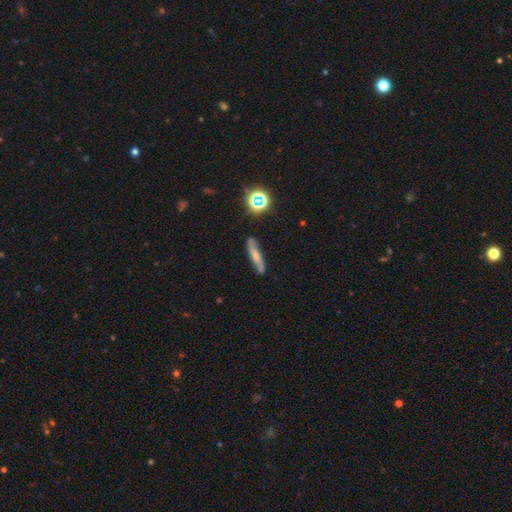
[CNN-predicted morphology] Smooth or featured: featured or disk — 47% (smooth — 41%)
Merging: none — 77% (minor disturbance — 17%)